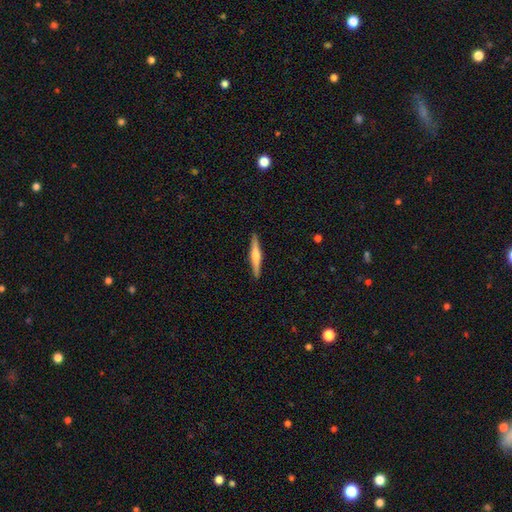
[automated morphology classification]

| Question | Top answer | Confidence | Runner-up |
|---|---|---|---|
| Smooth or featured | featured or disk | 51% | smooth (44%) |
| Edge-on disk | yes | 97% | no (3%) |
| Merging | none | 92% | minor disturbance (6%) |